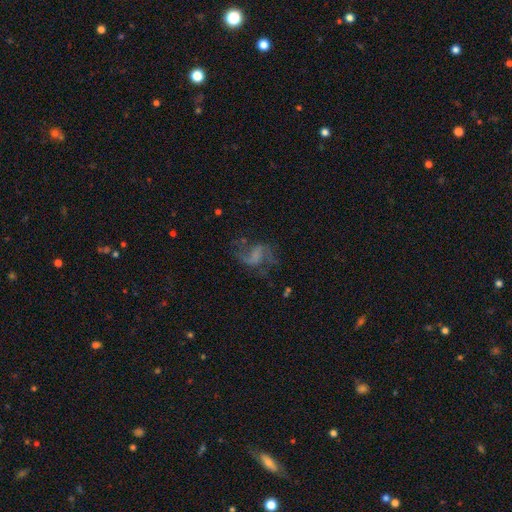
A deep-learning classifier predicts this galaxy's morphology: type=featured or disk (66%); edge-on=no (97%); bar=no (42%); spiral arms=yes (84%); winding=loose (63%); arm count=2 (80%); bulge=none (61%); merging=none (52%).